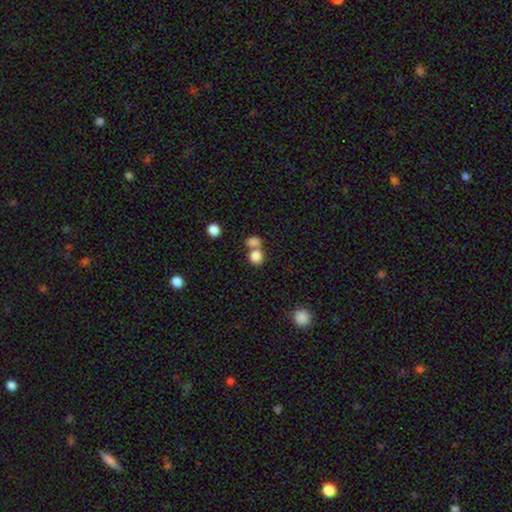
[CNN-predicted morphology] A smooth galaxy with no disk features (82%) that is round (71%). Merging: merger (49%).